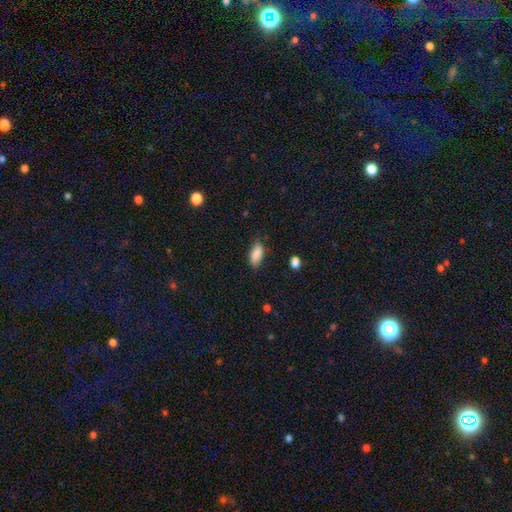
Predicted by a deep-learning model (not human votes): This appears to be a smooth galaxy with no disk features (88%) that is in between round and cigar-shaped (87%). Merging: none (78%).